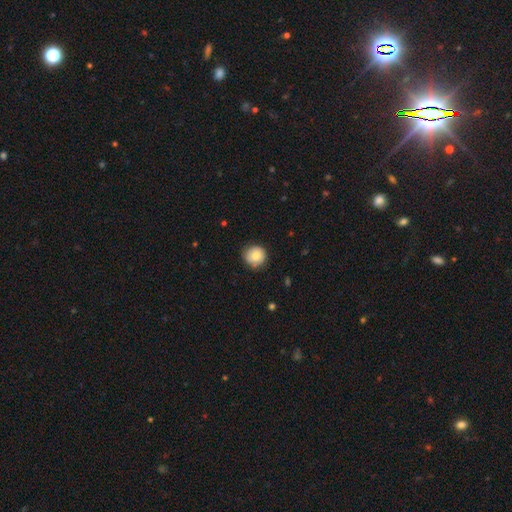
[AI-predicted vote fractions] Smooth or featured? Predicted: smooth (p=0.78). How rounded? Predicted: round (p=0.91). Merging? Predicted: none (p=0.82).